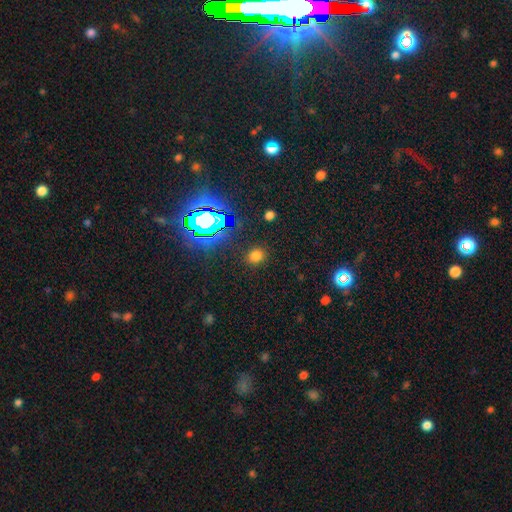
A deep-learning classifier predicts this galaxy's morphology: smooth-or-featured: smooth: 68% | star or artifact: 26% | featured or disk: 6%
  how-rounded: round: 65% | in between: 34% | cigar-shaped: 1%
  merging: none: 86% | minor disturbance: 8% | major disturbance: 3% | merger: 2%